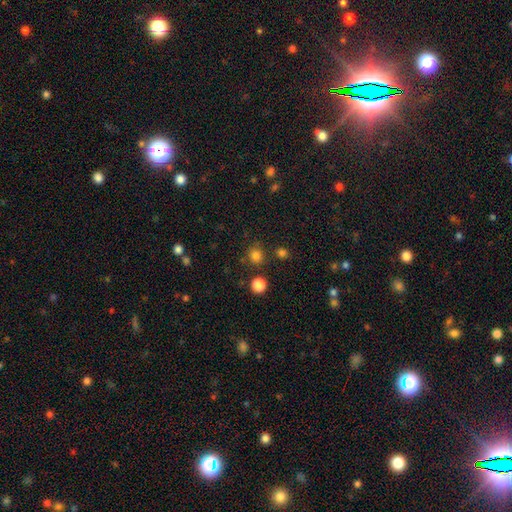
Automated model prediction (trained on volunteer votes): A smooth galaxy with no disk features (80%) that is round (87%). Merging: none (82%).